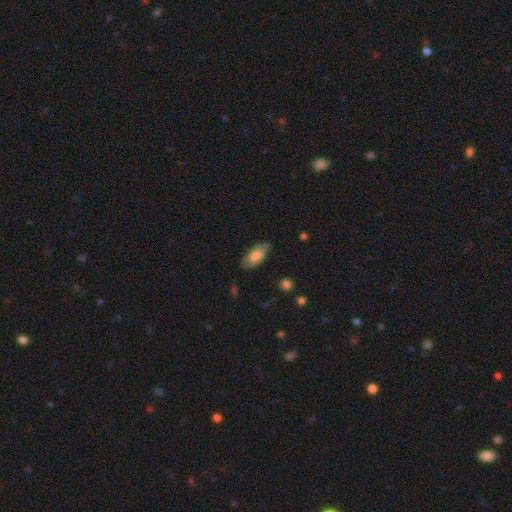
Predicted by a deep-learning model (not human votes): smooth_or_featured: smooth (p=0.70) [alt: featured or disk p=0.24]
how_rounded: in between (p=0.91) [alt: cigar-shaped p=0.06]
merging: none (p=0.74) [alt: minor disturbance p=0.21]